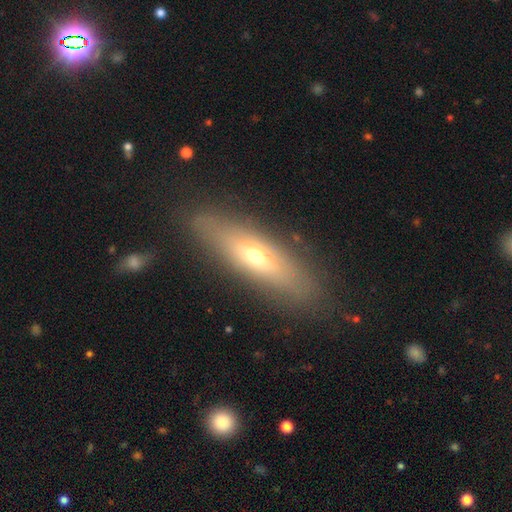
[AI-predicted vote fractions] A smooth galaxy with no disk features (46%, tied with featured or disk).

Vote fractions:
- Smooth or featured? smooth: 46% (tied) / featured or disk: 46% (tied) / star or artifact: 8%
- Merging? none: 83% / minor disturbance: 11% / major disturbance: 4% / merger: 2%